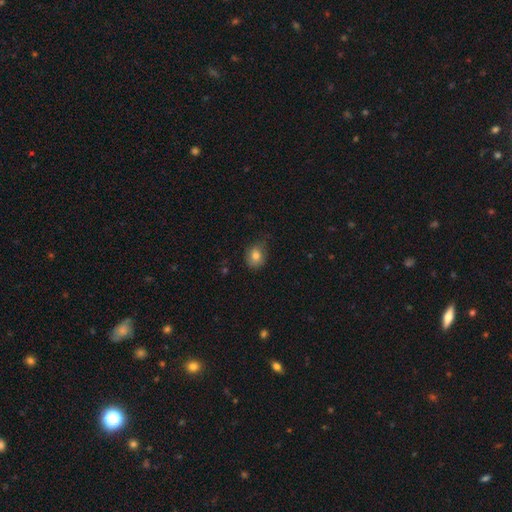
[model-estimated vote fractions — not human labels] Smooth or featured? smooth (79%)
How rounded? round (60%)
Merging? none (65%)